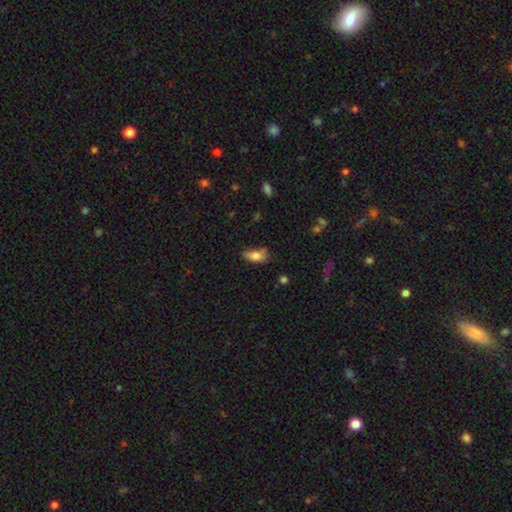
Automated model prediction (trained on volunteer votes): Smooth or featured?
  - smooth: 80% *
  - featured or disk: 12%
  - star or artifact: 8%
How rounded?
  - in between: 88% *
  - cigar-shaped: 9%
  - round: 3%
Merging?
  - none: 60% *
  - minor disturbance: 30%
  - major disturbance: 7%
  - merger: 4%